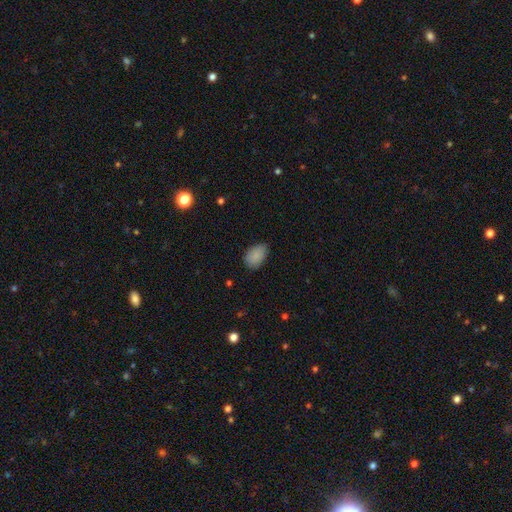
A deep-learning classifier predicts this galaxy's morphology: Q: Smooth or featured?
A: smooth (87%); runner-up: star or artifact (8%)
Q: How rounded?
A: in between (85%); runner-up: round (14%)
Q: Merging?
A: none (72%); runner-up: minor disturbance (23%)